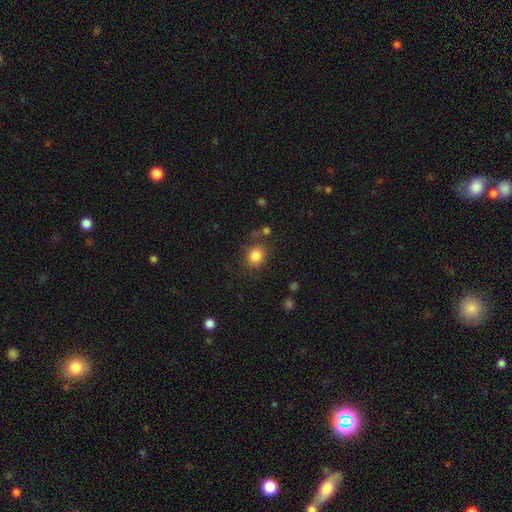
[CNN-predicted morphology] type=smooth (84%); roundness=round (75%); merging=none (79%).